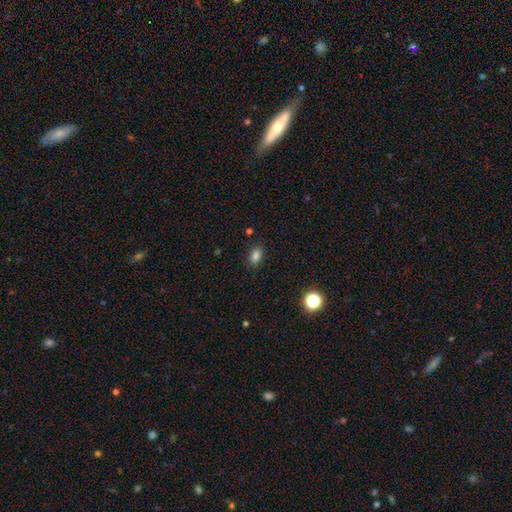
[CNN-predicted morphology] Overall: smooth (83%). How rounded: in between (85%). Merging: none (85%).